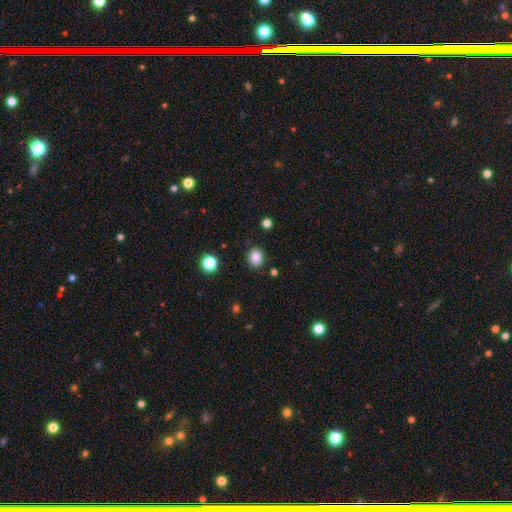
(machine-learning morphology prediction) Smooth or featured? smooth (85%)
How rounded? round (63%)
Merging? none (86%)